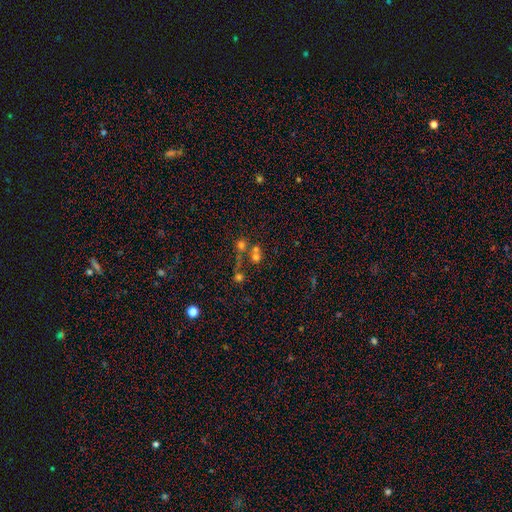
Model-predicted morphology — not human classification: Smooth or featured? Predicted: smooth (p=0.55). How rounded? Predicted: round (p=0.82). Merging? Predicted: merger (p=0.47).